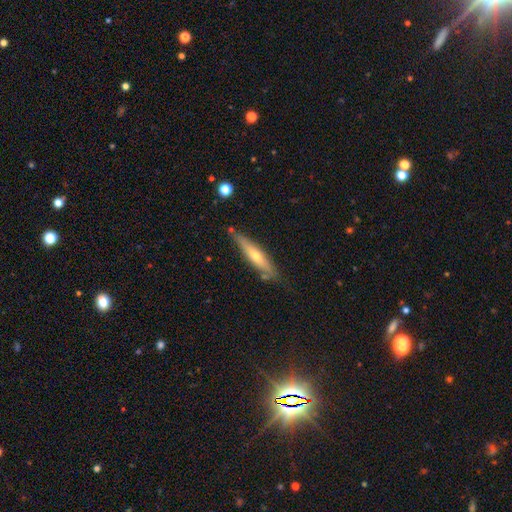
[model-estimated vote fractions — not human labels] A featured or disk galaxy (51%) viewed edge-on (84%). Merging: none (74%).